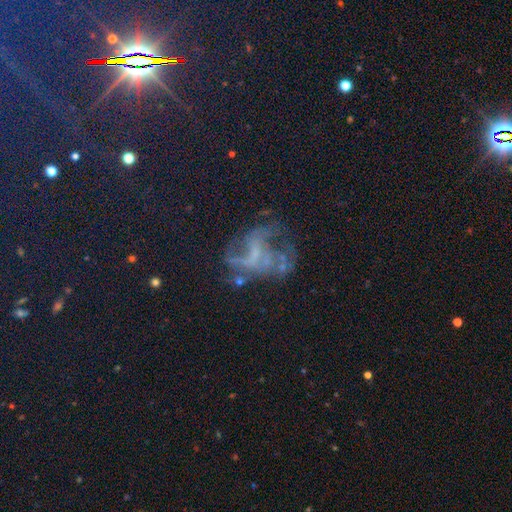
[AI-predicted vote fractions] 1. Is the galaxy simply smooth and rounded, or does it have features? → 61% featured or disk, 24% star or artifact, 15% smooth.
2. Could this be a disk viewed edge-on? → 97% no, 3% yes.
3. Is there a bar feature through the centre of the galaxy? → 65% no, 26% weak, 9% strong.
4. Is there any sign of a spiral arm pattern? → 50% yes (tied), 50% no (tied).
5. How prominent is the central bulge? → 61% none, 25% small, 11% moderate, 2% large, 1% dominant.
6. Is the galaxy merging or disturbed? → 40% major disturbance, 37% none, 16% minor disturbance, 7% merger.